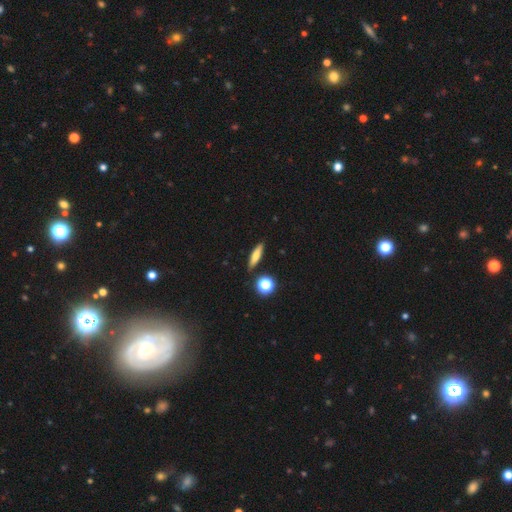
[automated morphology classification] Smooth or featured: smooth — 69% (featured or disk — 21%)
How rounded: cigar-shaped — 66% (in between — 28%)
Merging: none — 86% (minor disturbance — 9%)